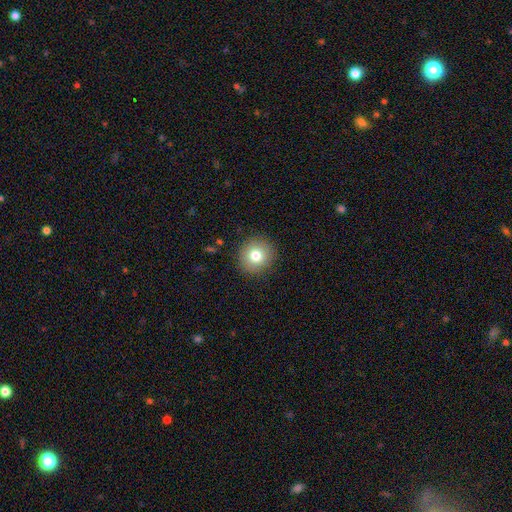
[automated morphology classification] A smooth galaxy with no disk features (79%) that is round (92%). Merging: none (90%).